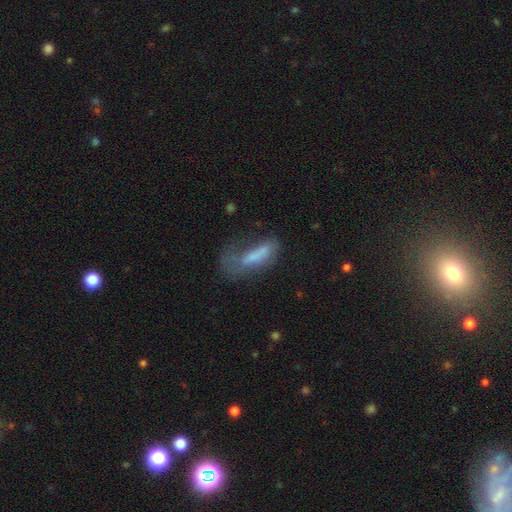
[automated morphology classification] type=smooth (61%); roundness=cigar-shaped (53%); merging=major disturbance (43%).